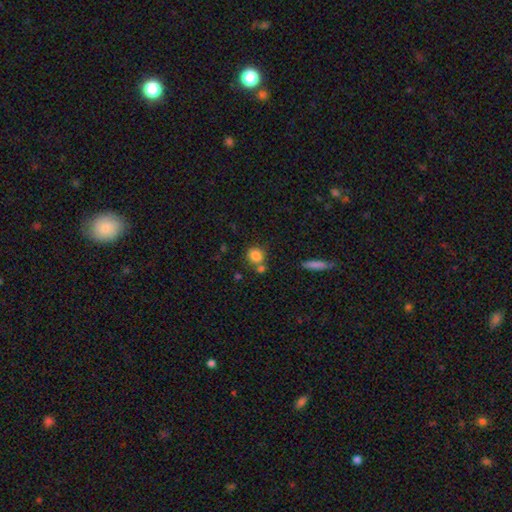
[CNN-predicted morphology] A smooth galaxy with no disk features (84%) that is round (76%). Merging: none (60%).